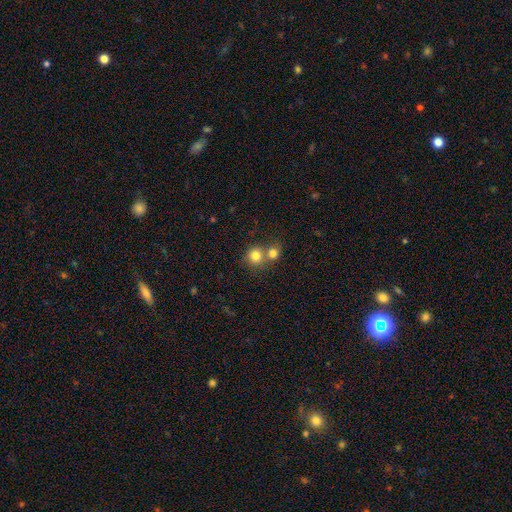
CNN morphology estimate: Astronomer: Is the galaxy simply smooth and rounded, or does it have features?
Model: smooth — 80%.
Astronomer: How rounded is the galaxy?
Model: round — 89%.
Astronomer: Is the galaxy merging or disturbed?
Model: none — 46% (runner-up: merger, 45%).